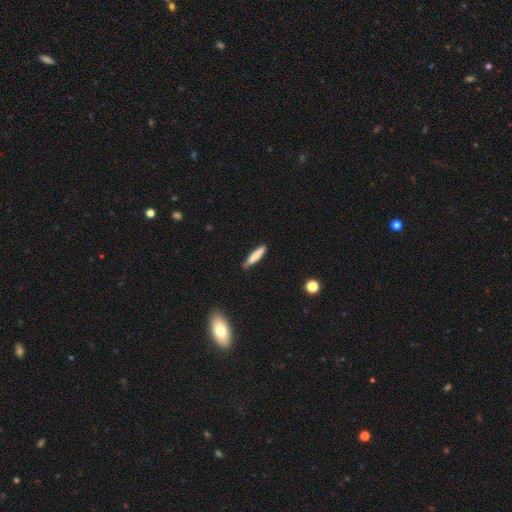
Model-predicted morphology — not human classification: Overall: smooth (74%). How rounded: cigar-shaped (87%). Merging: none (81%).